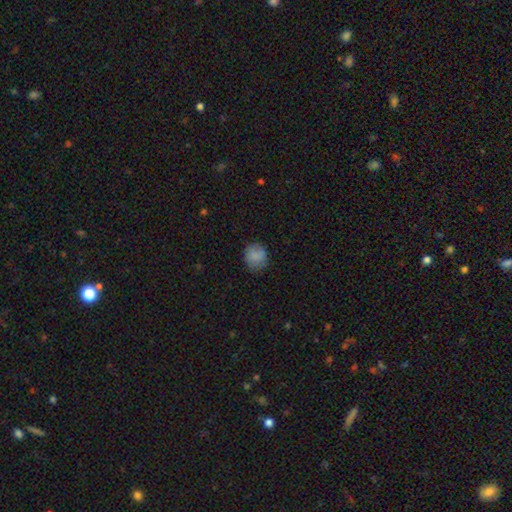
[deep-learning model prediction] Smooth or featured? Predicted: smooth (p=0.83). How rounded? Predicted: round (p=0.78). Merging? Predicted: none (p=0.77).